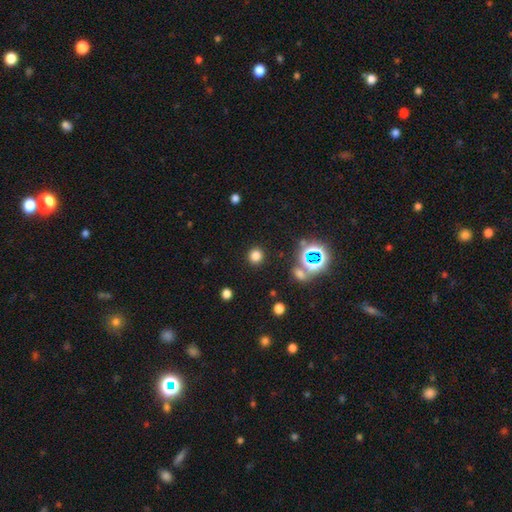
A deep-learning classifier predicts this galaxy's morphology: type=smooth (73%); roundness=round (91%); merging=none (89%).